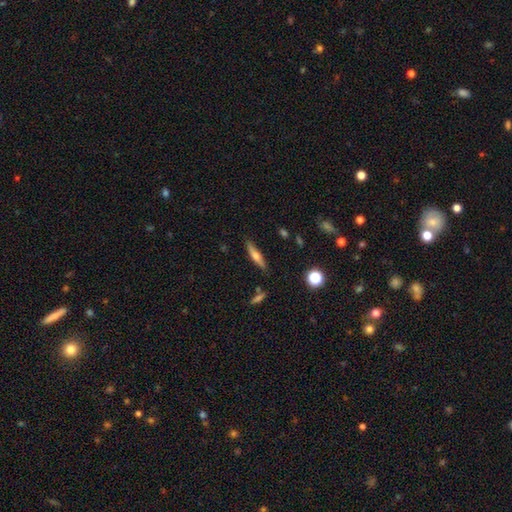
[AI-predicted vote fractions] The model was most divided on "smooth or featured": smooth: 50%, featured or disk: 42%, star or artifact: 8%. More confident: merging — none (85%); how rounded — cigar-shaped (79%).